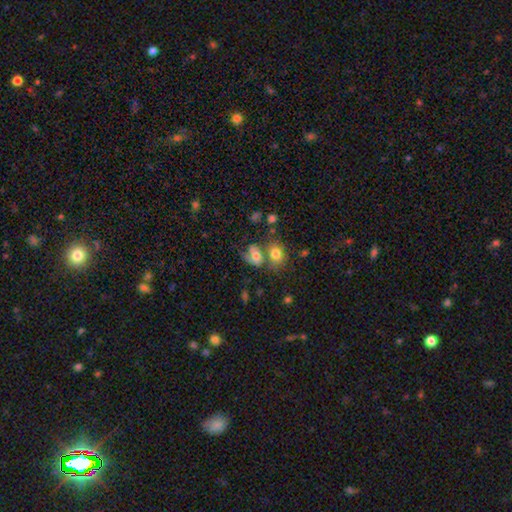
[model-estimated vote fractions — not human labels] Smooth or featured? Predicted: smooth (p=0.50). How rounded? Predicted: in between (p=0.68). Merging? Predicted: merger (p=0.43).